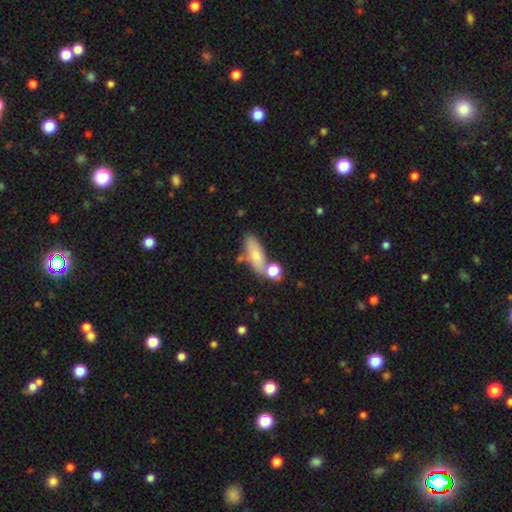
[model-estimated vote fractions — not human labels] Smooth or featured? Predicted: smooth (p=0.74). How rounded? Predicted: in between (p=0.60). Merging? Predicted: none (p=0.61).